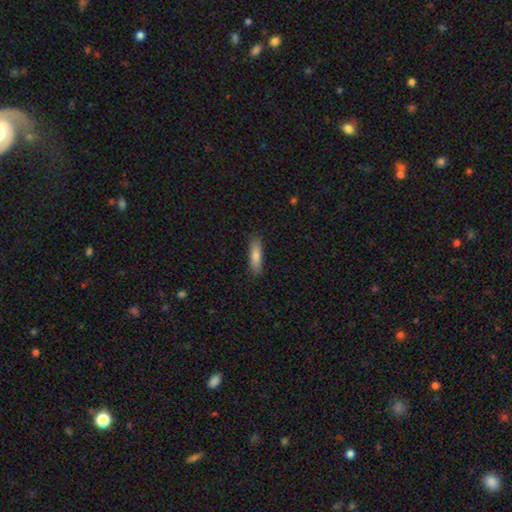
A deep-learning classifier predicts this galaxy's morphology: This is likely a smooth galaxy (80%). How rounded: likely cigar-shaped (62%). Merging: clearly none (88%).